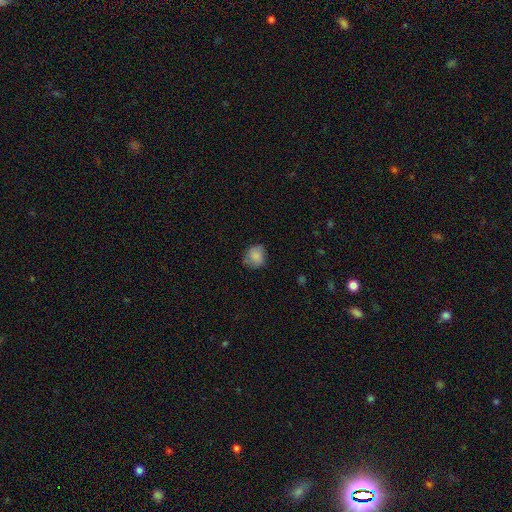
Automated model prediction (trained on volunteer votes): This is clearly a smooth galaxy (81%). How rounded: likely round (72%). Merging: likely none (63%).